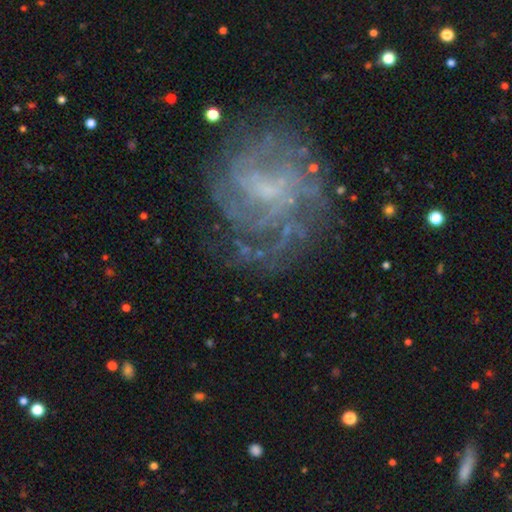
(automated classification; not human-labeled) Overall: featured or disk (75%). Edge-on disk: no (97%). Bar: no (47%; weak 43%). Spiral arms: yes (81%). Spiral arm count: can't tell (50%; 4 13%). Spiral winding: tight (49%; medium 35%). Bulge size: small (45%; none 35%). Merging: none (67%).